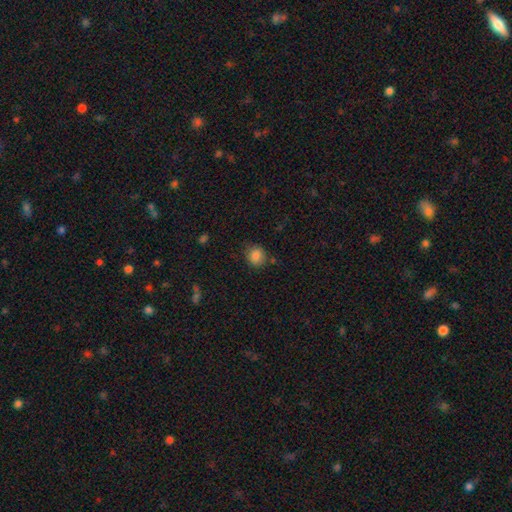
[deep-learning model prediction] smooth-or-featured: smooth: 85% | star or artifact: 10% | featured or disk: 5%
  how-rounded: round: 78% | in between: 21% | cigar-shaped: 1%
  merging: none: 79% | minor disturbance: 14% | major disturbance: 4% | merger: 3%